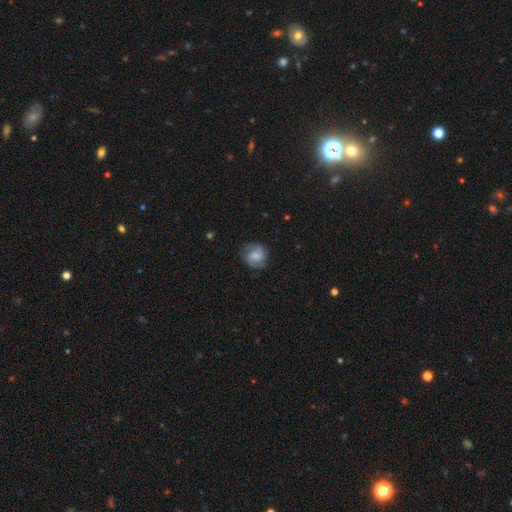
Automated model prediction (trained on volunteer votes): Morphology: type=smooth (47%); merging=none (75%).